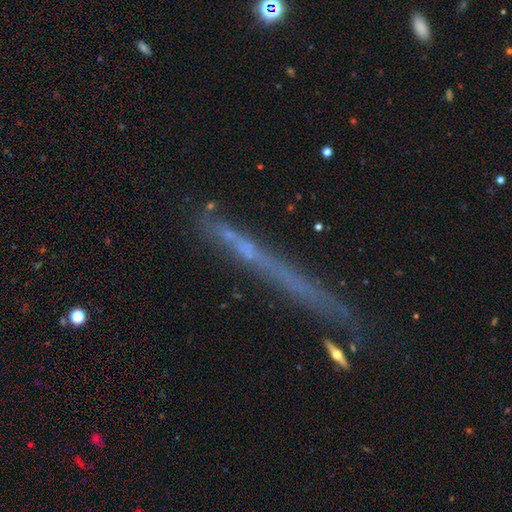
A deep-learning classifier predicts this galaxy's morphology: Q: Smooth or featured?
A: featured or disk (51%); runner-up: smooth (32%)
Q: Edge-on disk?
A: yes (90%); runner-up: no (10%)
Q: Merging?
A: none (76%); runner-up: minor disturbance (16%)